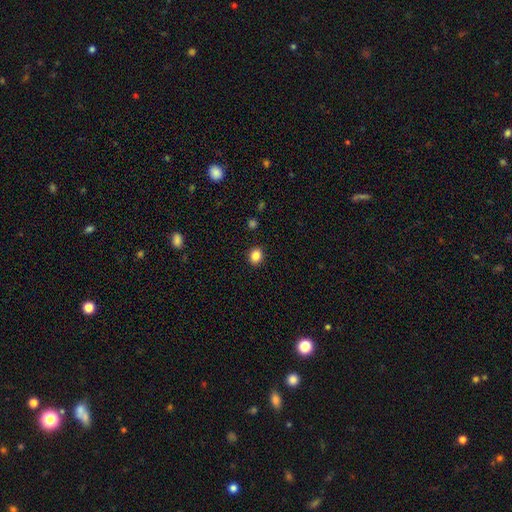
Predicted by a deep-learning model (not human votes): A smooth galaxy with no disk features (84%) that is round (67%). Merging: none (90%).